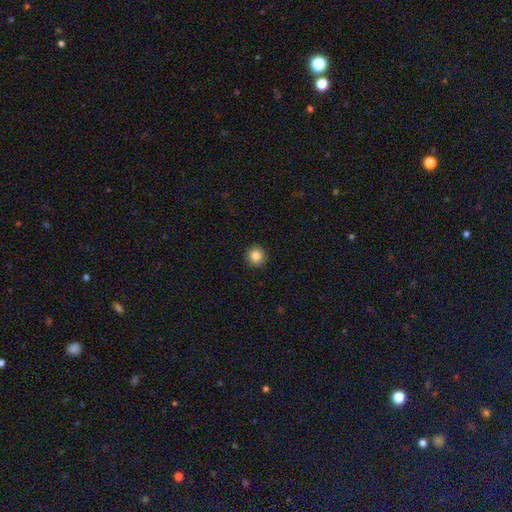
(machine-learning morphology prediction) smooth 86%, star or artifact 10%, featured or disk 4%. Down the decision tree: how rounded — round (94%); merging — none (92%).